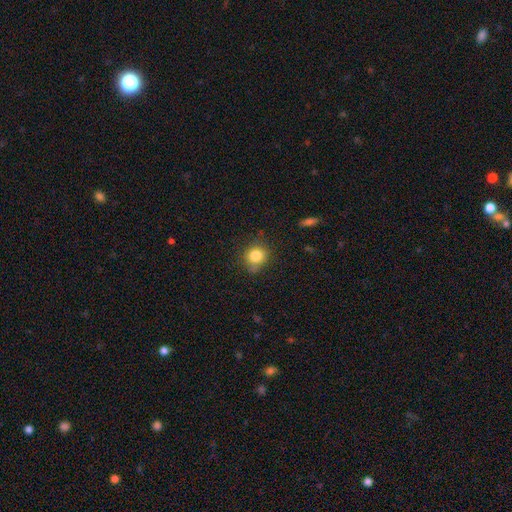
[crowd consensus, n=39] A smooth galaxy with no disk features (87%) that is round (88%). Merging: none (77%).